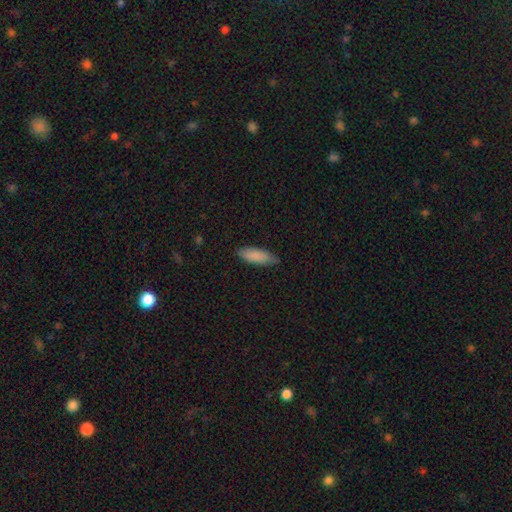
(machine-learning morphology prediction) The model was most divided on "how rounded": in between: 55%, cigar-shaped: 43%, round: 2%. More confident: smooth or featured — smooth (87%); merging — none (79%).